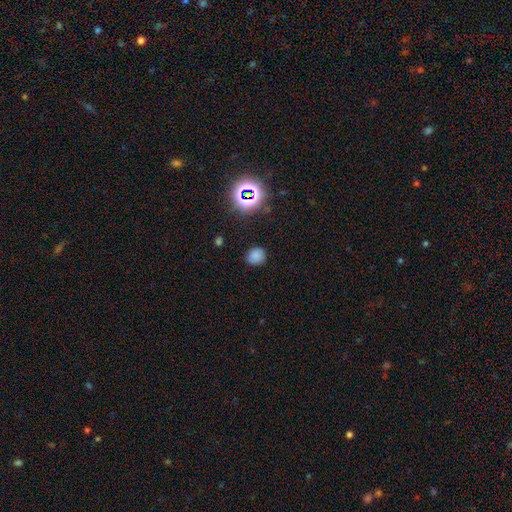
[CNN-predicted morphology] Overall: smooth (74%). How rounded: round (77%). Merging: none (81%).